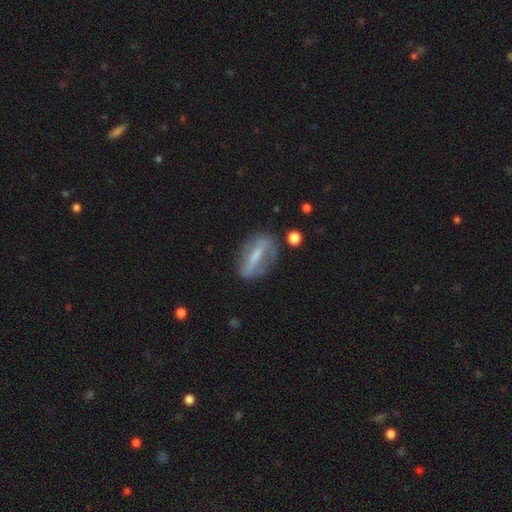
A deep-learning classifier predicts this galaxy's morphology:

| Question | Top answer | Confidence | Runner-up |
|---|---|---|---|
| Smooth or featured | featured or disk | 56% | smooth (36%) |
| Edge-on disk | no | 75% | yes (25%) |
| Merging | none | 65% | minor disturbance (21%) |